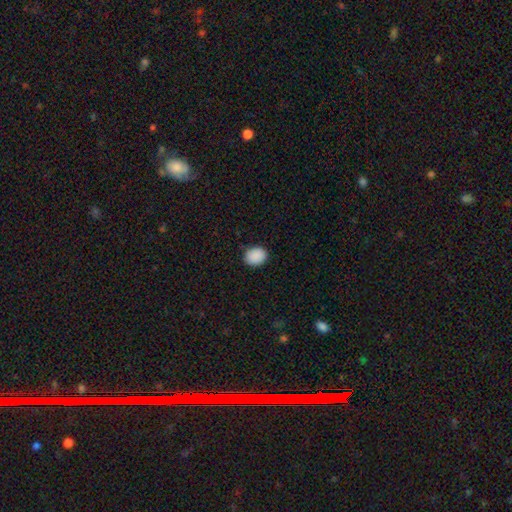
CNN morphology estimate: Overall: smooth (90%). How rounded: round (56%; in between 44%). Merging: none (87%).